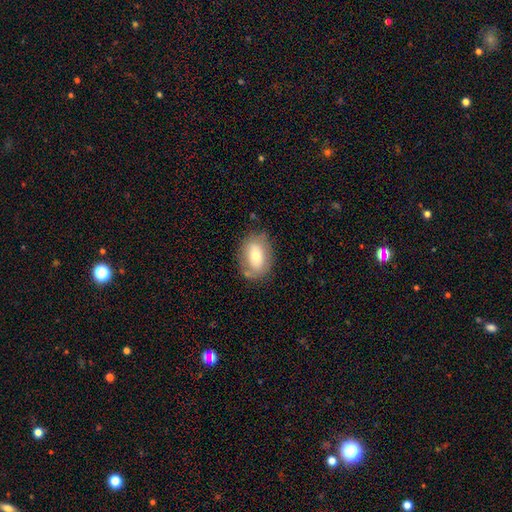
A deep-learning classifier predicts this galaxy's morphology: smooth 64%, featured or disk 28%, star or artifact 7%. Down the decision tree: how rounded — in between (84%); merging — none (73%).